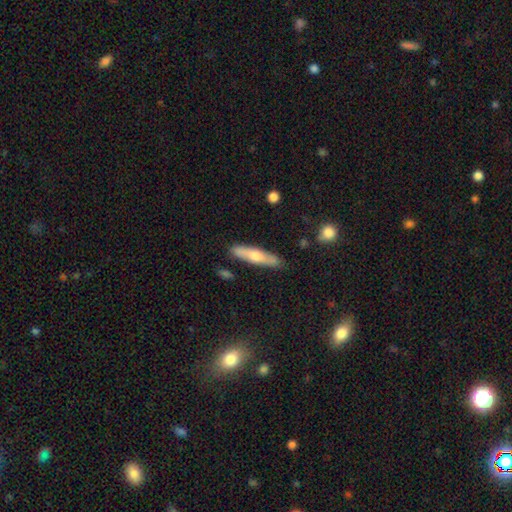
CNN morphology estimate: A smooth galaxy with no disk features (48%). Merging: none (85%).